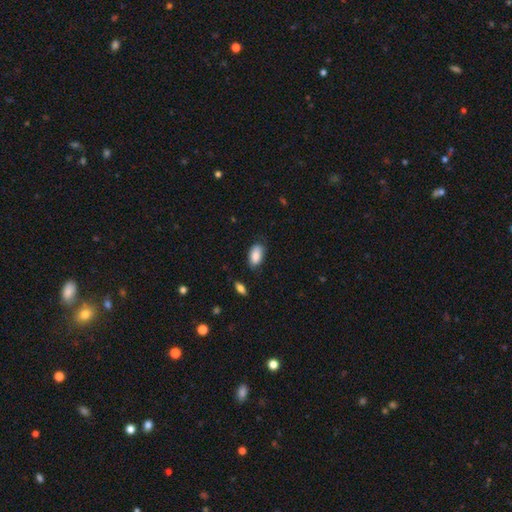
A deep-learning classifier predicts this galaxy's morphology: Q: Smooth or featured?
A: smooth (87%); runner-up: featured or disk (7%)
Q: How rounded?
A: in between (93%); runner-up: round (4%)
Q: Merging?
A: none (75%); runner-up: minor disturbance (20%)